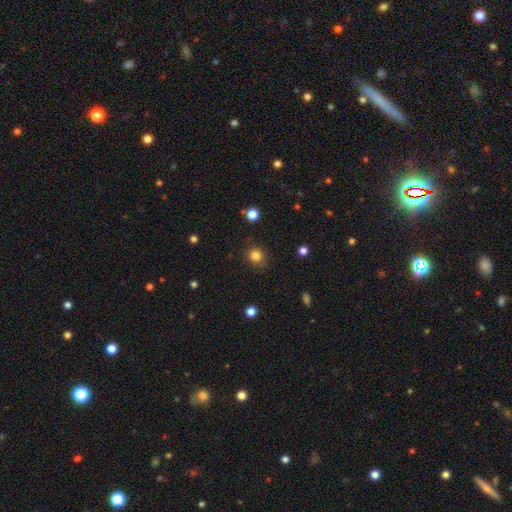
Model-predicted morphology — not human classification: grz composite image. It shows a smooth galaxy with no disk features (82%) that is round (84%). Merging: none (84%).